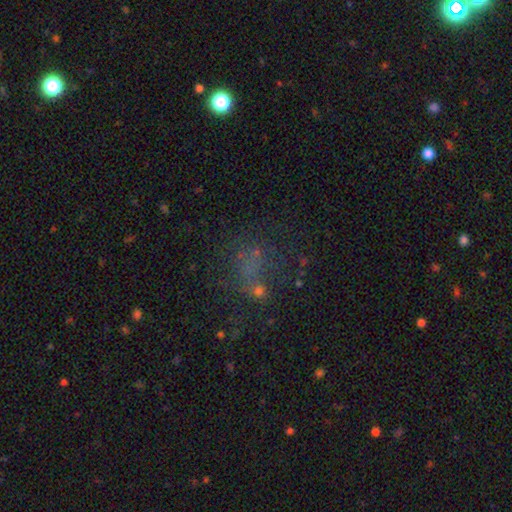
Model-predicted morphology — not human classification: Smooth or featured: smooth — 37% (star or artifact — 36%)
Merging: none — 47% (major disturbance — 27%)